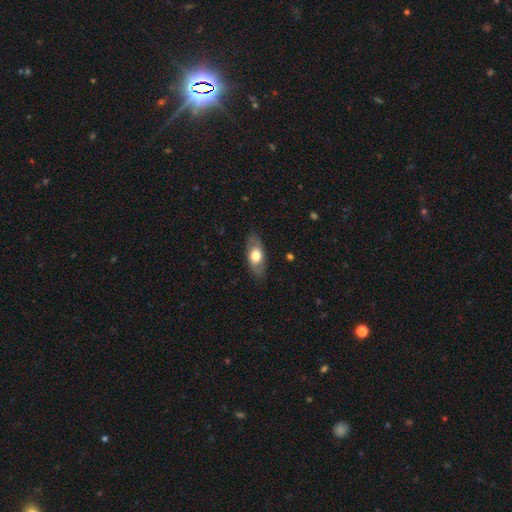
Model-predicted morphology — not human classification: This is possibly a smooth galaxy (60%). How rounded: clearly in between (86%). Merging: clearly none (81%).